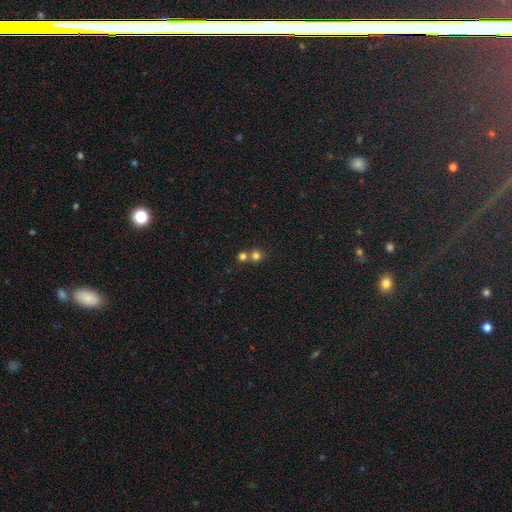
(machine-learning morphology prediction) smooth 77%, star or artifact 15%, featured or disk 8%. Down the decision tree: how rounded — round (90%); merging — none (51%).